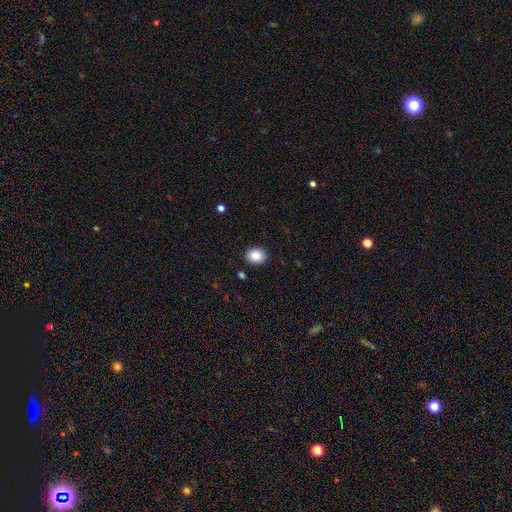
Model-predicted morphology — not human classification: A smooth galaxy with no disk features (86%) that is round (59%). Merging: none (90%).